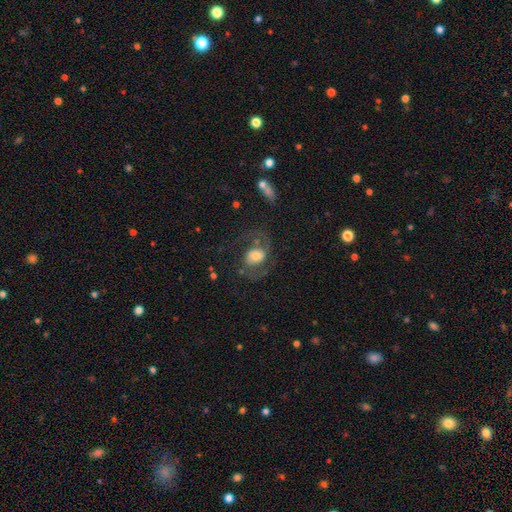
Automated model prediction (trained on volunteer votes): Overall: featured or disk (69%). Edge-on disk: no (97%). Bar: no (51%; weak 37%). Spiral arms: yes (88%). Spiral arm count: 2 (89%). Spiral winding: medium (51%; loose 36%). Bulge size: moderate (48%; large 28%). Merging: none (60%; major disturbance 21%).